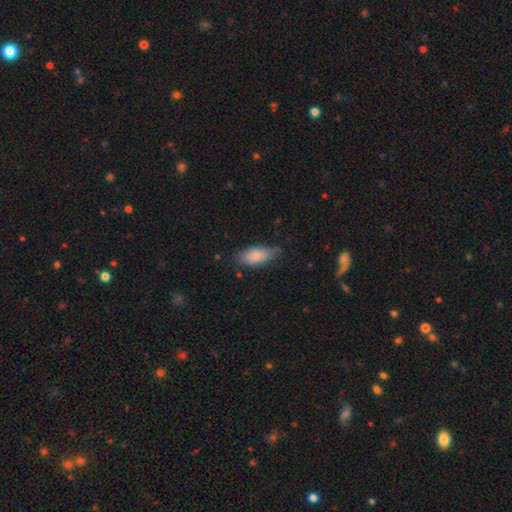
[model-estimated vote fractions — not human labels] A smooth galaxy with no disk features (83%) that is in between round and cigar-shaped (89%).

Vote fractions:
- Smooth or featured? smooth: 83% / featured or disk: 11% / star or artifact: 7%
- How rounded? in between: 89% / cigar-shaped: 9% / round: 3%
- Merging? none: 55% / minor disturbance: 35% / major disturbance: 8% / merger: 2%